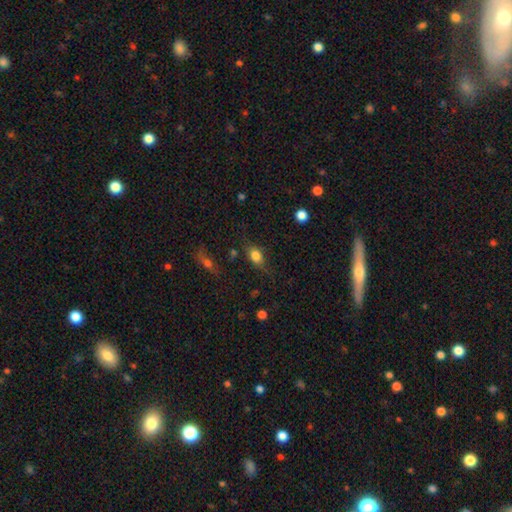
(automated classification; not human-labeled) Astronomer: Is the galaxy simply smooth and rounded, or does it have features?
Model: smooth — 79%.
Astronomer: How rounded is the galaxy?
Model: in between — 79%.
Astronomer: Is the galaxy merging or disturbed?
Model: none — 68%.